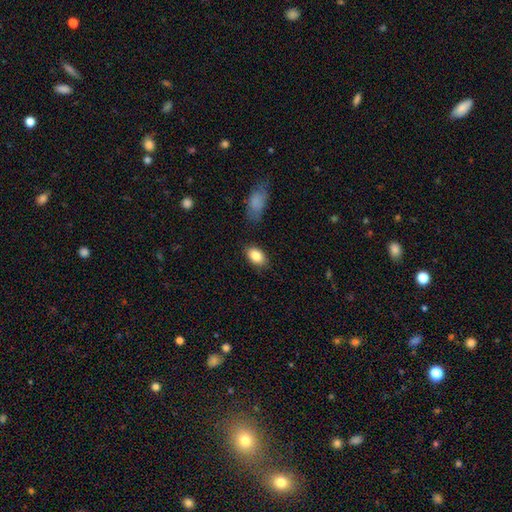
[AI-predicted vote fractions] Smooth or featured? Predicted: smooth (p=0.86). How rounded? Predicted: in between (p=0.91). Merging? Predicted: none (p=0.84).